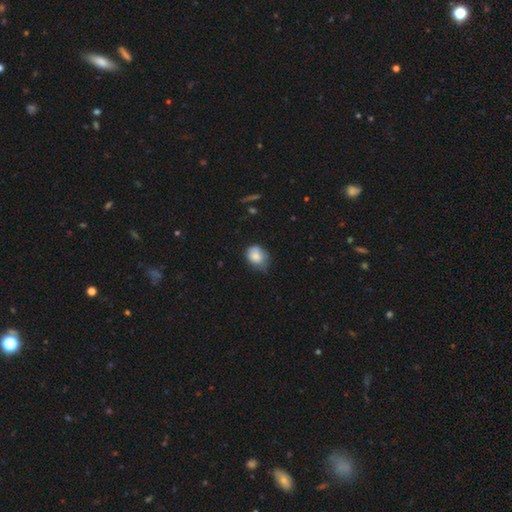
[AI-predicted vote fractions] This is clearly a smooth galaxy (81%). How rounded: possibly in between (51%). Merging: marginally minor disturbance (44%).